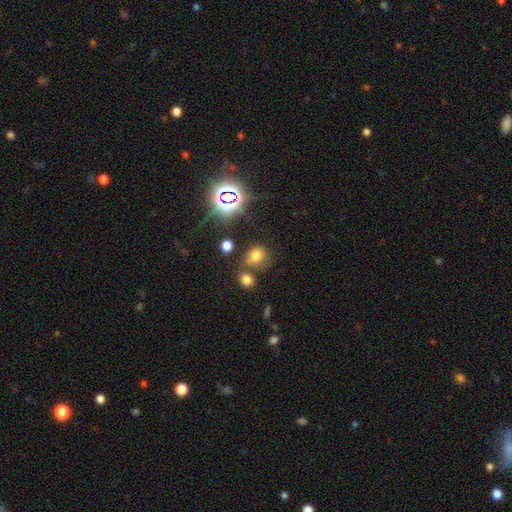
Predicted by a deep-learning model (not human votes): Q: Smooth or featured?
A: smooth (64%); runner-up: star or artifact (27%)
Q: How rounded?
A: round (61%); runner-up: in between (38%)
Q: Merging?
A: none (57%); runner-up: merger (22%)